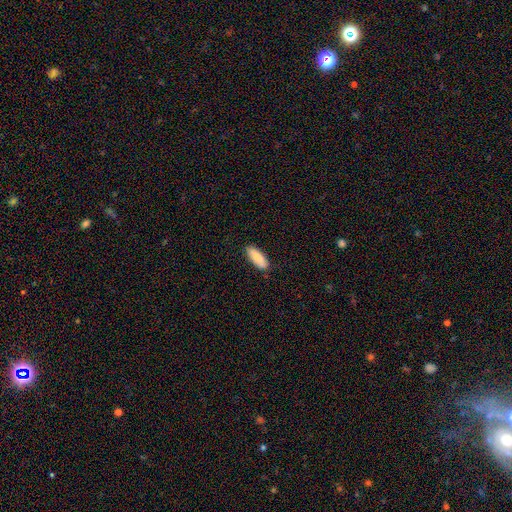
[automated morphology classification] This is clearly a smooth galaxy (88%). How rounded: likely in between (66%). Merging: clearly none (88%).